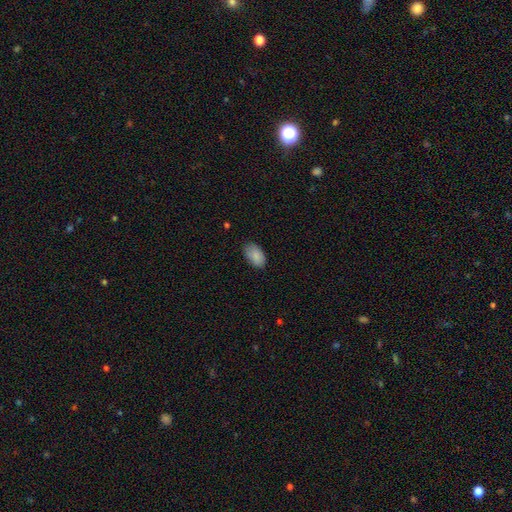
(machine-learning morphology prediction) smooth 87%, star or artifact 7%, featured or disk 6%. Down the decision tree: how rounded — in between (94%); merging — none (79%).